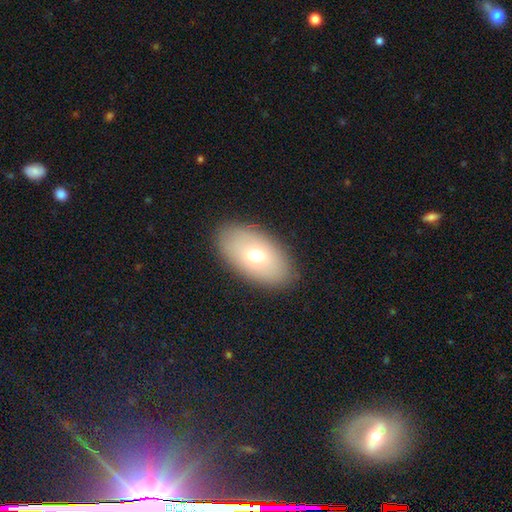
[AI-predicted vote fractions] Q: Smooth or featured?
A: smooth (69%); runner-up: featured or disk (23%)
Q: How rounded?
A: in between (93%); runner-up: round (5%)
Q: Merging?
A: none (87%); runner-up: minor disturbance (9%)